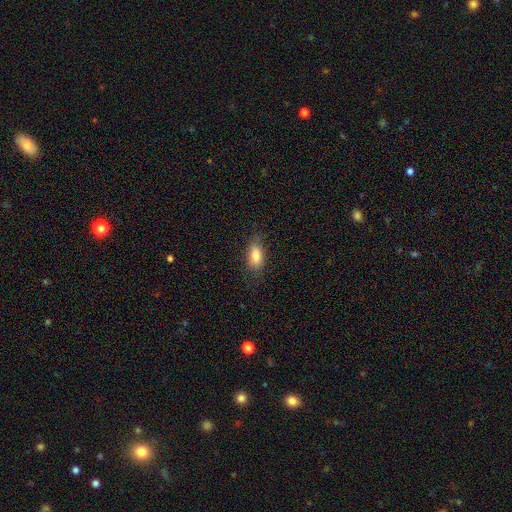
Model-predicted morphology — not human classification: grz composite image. It shows a smooth galaxy with no disk features (80%) that is in between round and cigar-shaped (86%). Merging: none (76%).